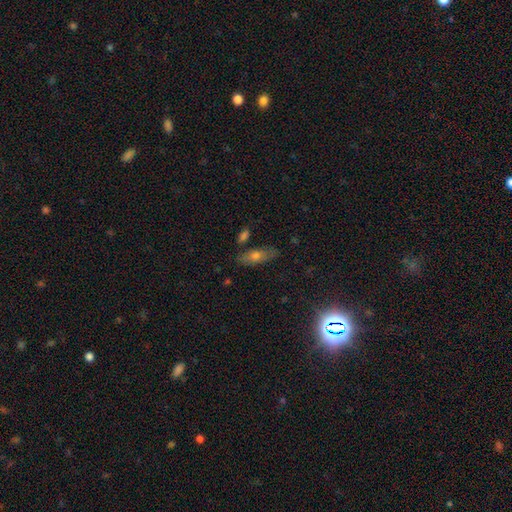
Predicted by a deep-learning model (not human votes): The model was most divided on "smooth or featured": smooth: 57%, featured or disk: 30%, star or artifact: 14%. More confident: merging — none (79%); how rounded — in between (68%).